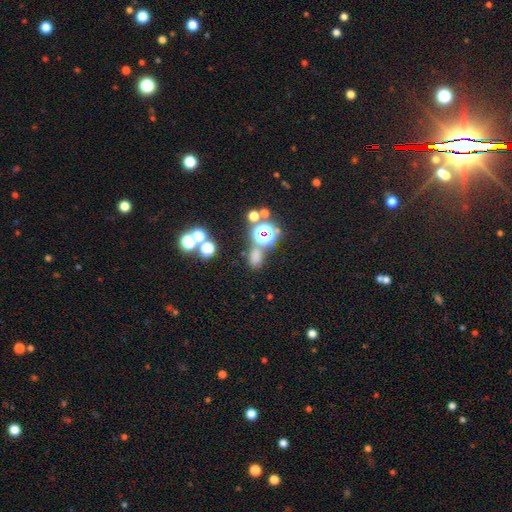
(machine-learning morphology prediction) A smooth galaxy with no disk features (57%) that is in between round and cigar-shaped (52%).

Vote fractions:
- Smooth or featured? smooth: 57% / star or artifact: 35% / featured or disk: 8%
- How rounded? in between: 52% / round: 45% / cigar-shaped: 3%
- Merging? none: 65% / merger: 16% / minor disturbance: 12% / major disturbance: 7%